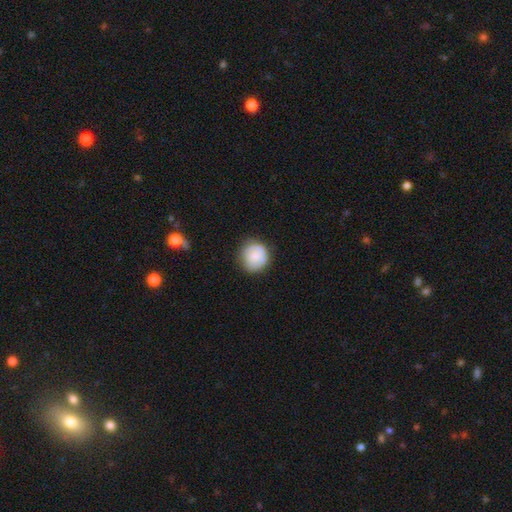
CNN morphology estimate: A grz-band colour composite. It shows a smooth galaxy with no disk features (78%) that is round (89%). Merging: none (76%).